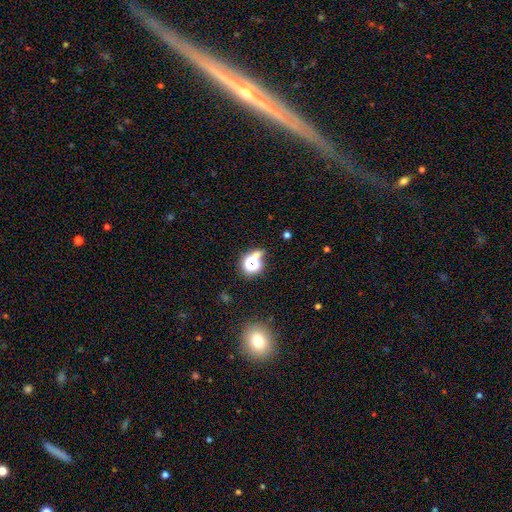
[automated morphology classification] Overall: star or artifact (53%; smooth 37%).